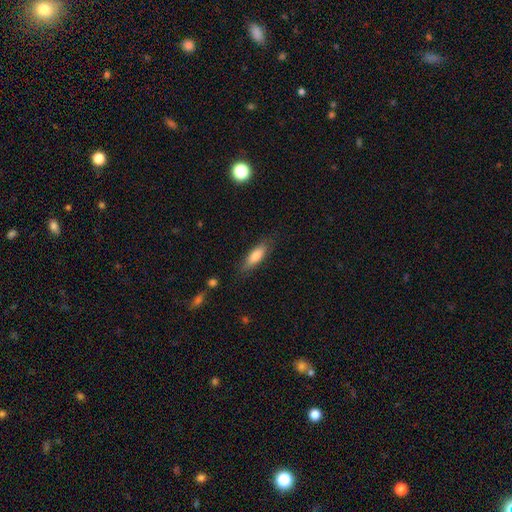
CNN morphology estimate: Overall: smooth (77%). How rounded: in between (55%; cigar-shaped 43%). Merging: none (81%).